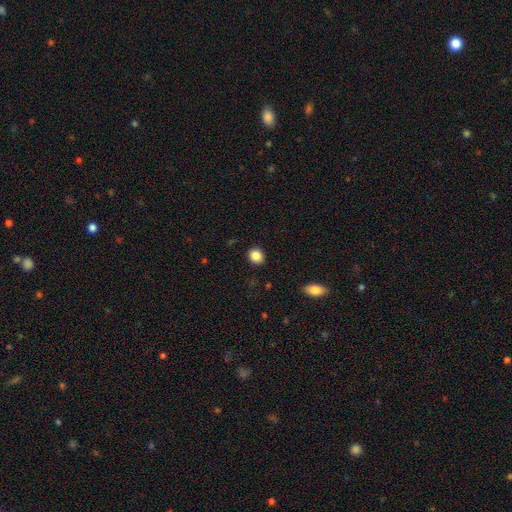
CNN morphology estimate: smooth-or-featured: smooth: 86% | star or artifact: 9% | featured or disk: 4%
  how-rounded: round: 72% | in between: 27% | cigar-shaped: 1%
  merging: none: 90% | minor disturbance: 7% | major disturbance: 2% | merger: 1%